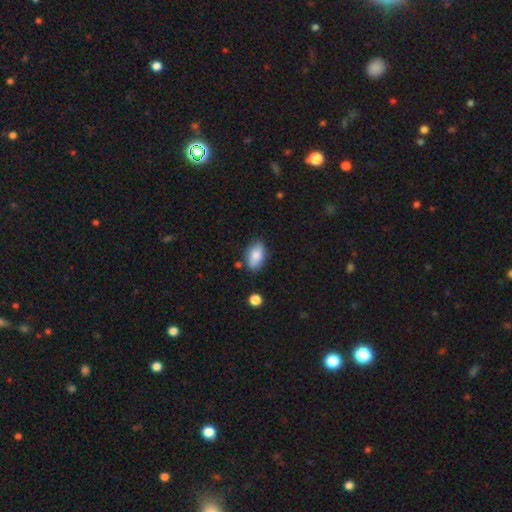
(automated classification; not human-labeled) A smooth galaxy with no disk features (82%) that is in between round and cigar-shaped (91%). Merging: none (79%).